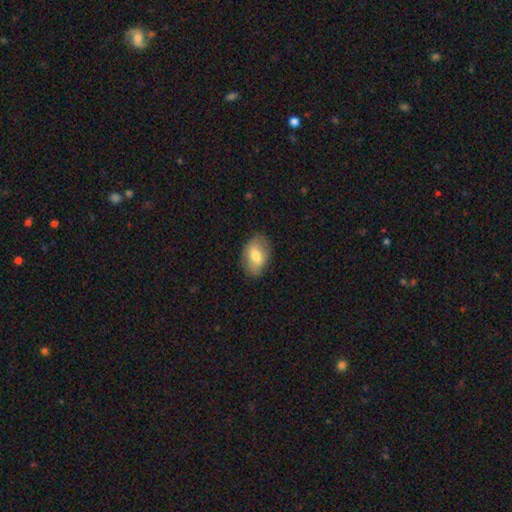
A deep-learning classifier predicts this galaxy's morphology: smooth_or_featured: smooth (p=0.70) [alt: featured or disk p=0.23]
how_rounded: in between (p=0.87) [alt: round p=0.12]
merging: none (p=0.82) [alt: minor disturbance p=0.13]